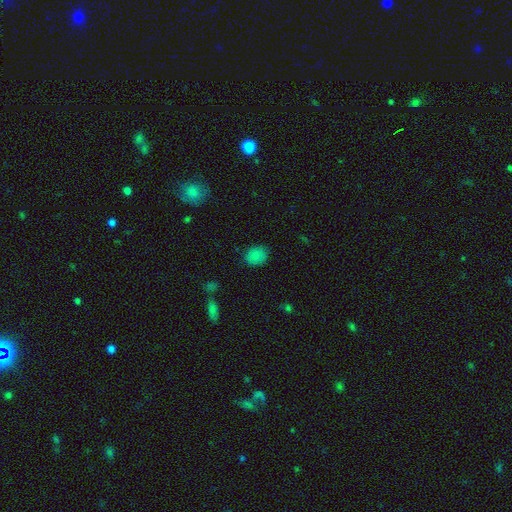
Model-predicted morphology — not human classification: This is clearly a smooth galaxy (84%). How rounded: possibly round (56%). Merging: clearly none (84%).